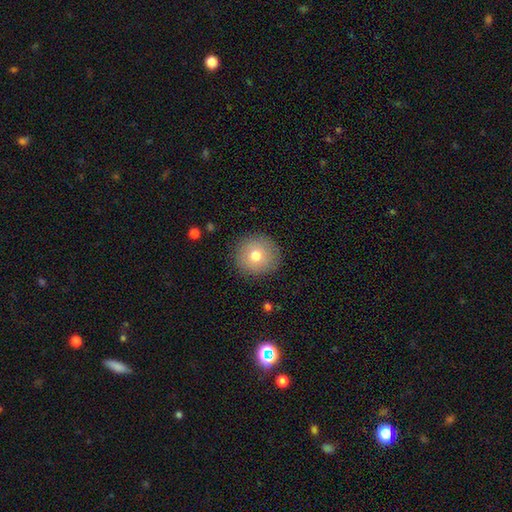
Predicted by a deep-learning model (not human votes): This appears to be a smooth galaxy with no disk features (75%) that is round (94%). Merging: none (89%).